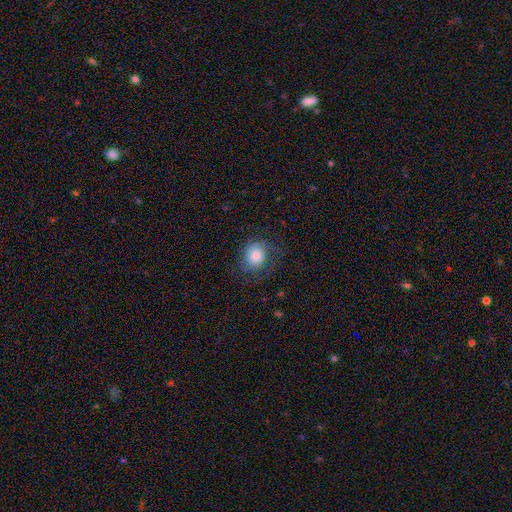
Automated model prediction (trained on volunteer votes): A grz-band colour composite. It shows a smooth galaxy with no disk features (74%) that is round (78%). Merging: none (68%).